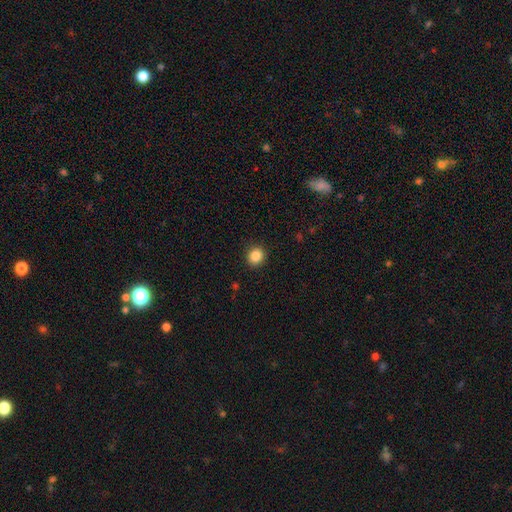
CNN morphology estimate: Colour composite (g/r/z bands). It shows a smooth galaxy with no disk features (86%) that is round (85%). Merging: none (91%).